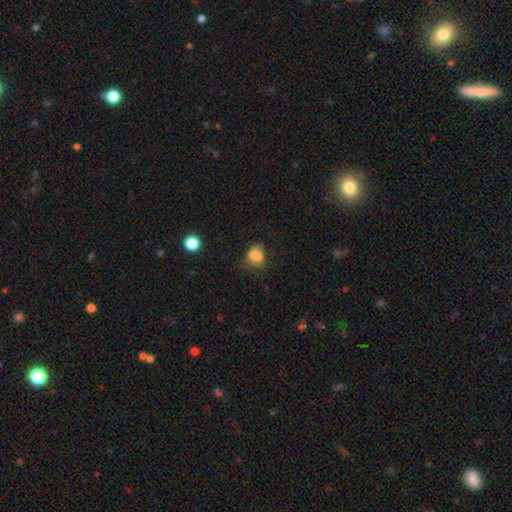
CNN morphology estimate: smooth 70%, featured or disk 18%, star or artifact 12%. Down the decision tree: how rounded — round (53%); merging — none (39%).